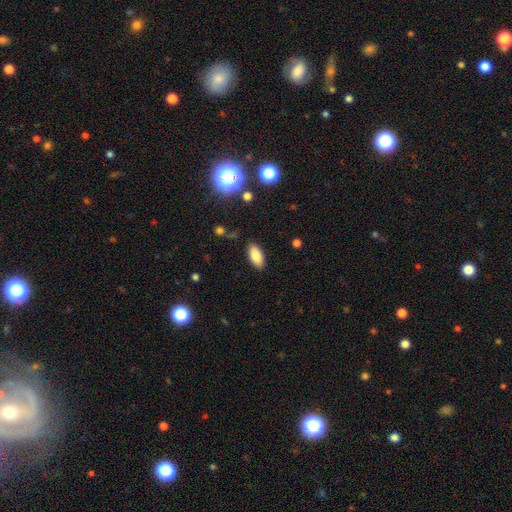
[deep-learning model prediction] smooth_or_featured: smooth (p=0.84) [alt: star or artifact p=0.09]
how_rounded: in between (p=0.89) [alt: cigar-shaped p=0.09]
merging: none (p=0.87) [alt: minor disturbance p=0.09]